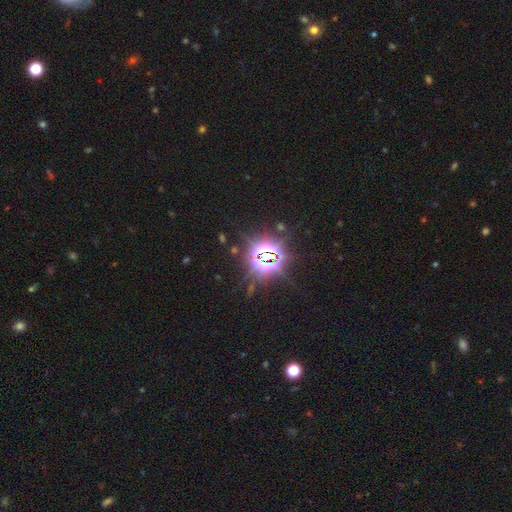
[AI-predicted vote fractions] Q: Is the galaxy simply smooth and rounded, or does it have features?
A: star or artifact — 84%.